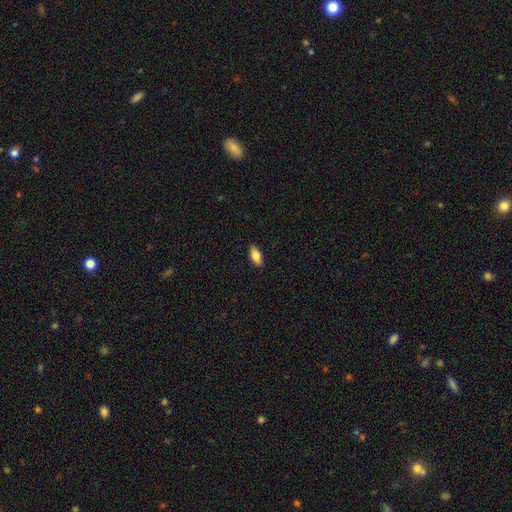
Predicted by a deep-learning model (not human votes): smooth 81%, featured or disk 13%, star or artifact 7%. Down the decision tree: how rounded — in between (84%); merging — none (89%).